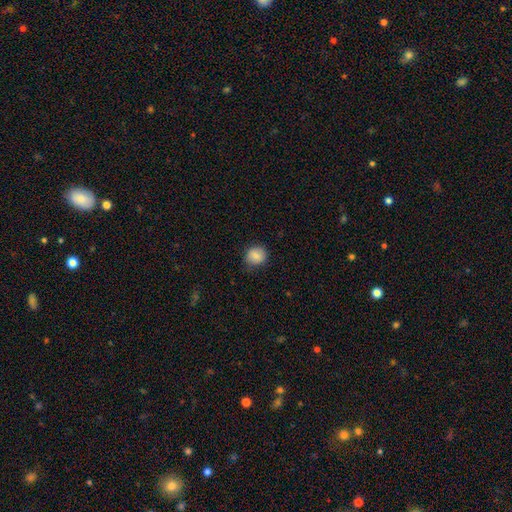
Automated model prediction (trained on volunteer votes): A smooth galaxy with no disk features (84%) that is round (78%).

Vote fractions:
- Smooth or featured? smooth: 84% / star or artifact: 8% / featured or disk: 8%
- How rounded? round: 78% / in between: 21% / cigar-shaped: 1%
- Merging? none: 82% / minor disturbance: 14% / major disturbance: 3% / merger: 1%